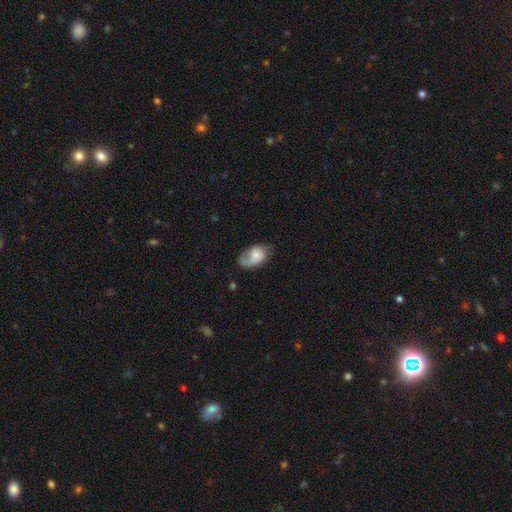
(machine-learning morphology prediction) A smooth galaxy with no disk features (57%) that is in between round and cigar-shaped (88%). Merging: none (43%).